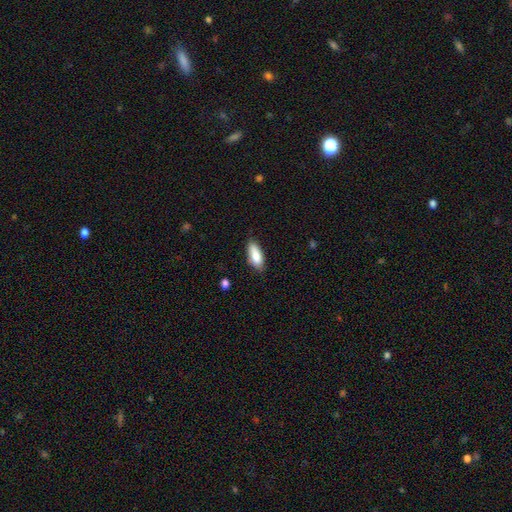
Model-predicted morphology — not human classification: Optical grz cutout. It shows a smooth galaxy with no disk features (83%) that is in between round and cigar-shaped (78%). Merging: none (77%).